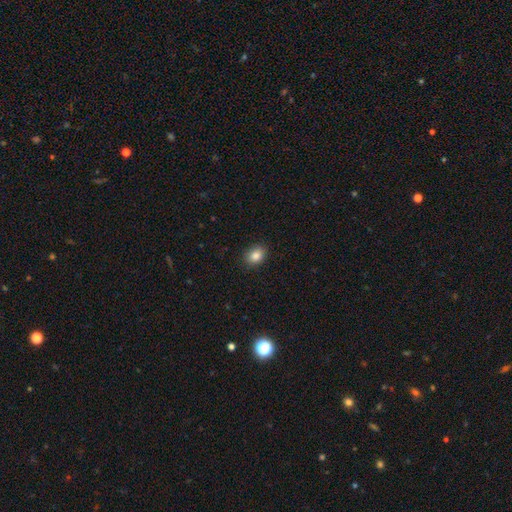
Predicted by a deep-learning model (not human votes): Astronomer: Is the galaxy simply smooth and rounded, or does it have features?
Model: smooth — 85%.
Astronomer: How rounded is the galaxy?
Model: in between — 56% (runner-up: round, 43%).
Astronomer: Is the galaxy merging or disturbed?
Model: none — 89%.